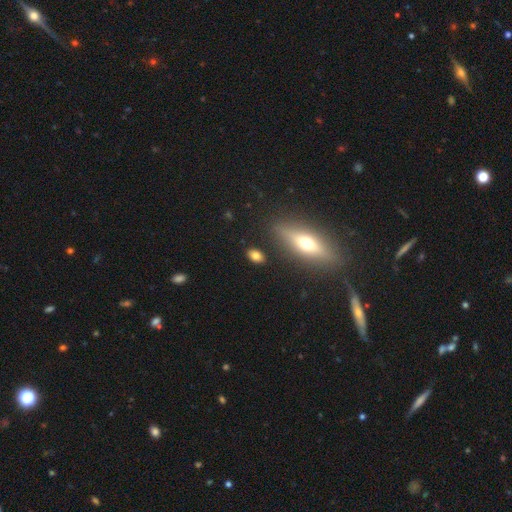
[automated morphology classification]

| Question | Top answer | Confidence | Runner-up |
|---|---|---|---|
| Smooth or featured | smooth | 77% | featured or disk (13%) |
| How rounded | in between | 80% | round (13%) |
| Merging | none | 85% | minor disturbance (9%) |